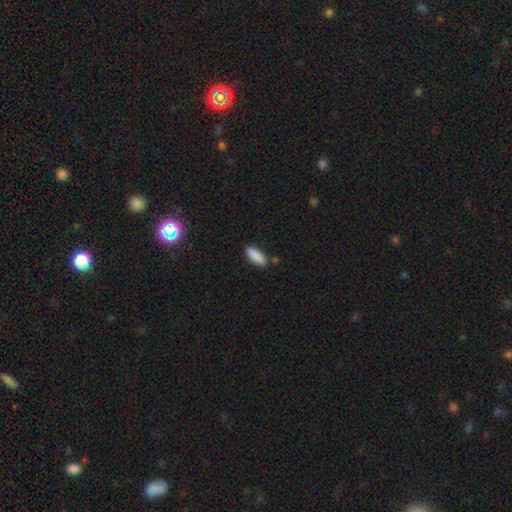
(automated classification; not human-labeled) A smooth galaxy with no disk features (88%) that is in between round and cigar-shaped (71%).

Vote fractions:
- Smooth or featured? smooth: 88% / star or artifact: 7% / featured or disk: 4%
- How rounded? in between: 71% / cigar-shaped: 27% / round: 2%
- Merging? none: 83% / minor disturbance: 12% / merger: 3% / major disturbance: 2%